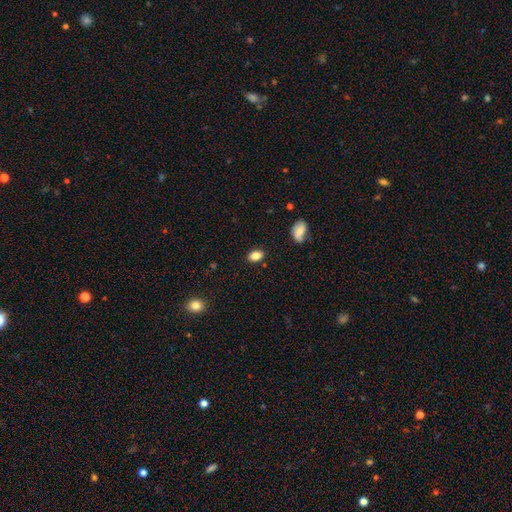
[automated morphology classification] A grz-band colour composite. It shows a smooth galaxy with no disk features (85%) that is in between round and cigar-shaped (84%). Merging: none (87%).